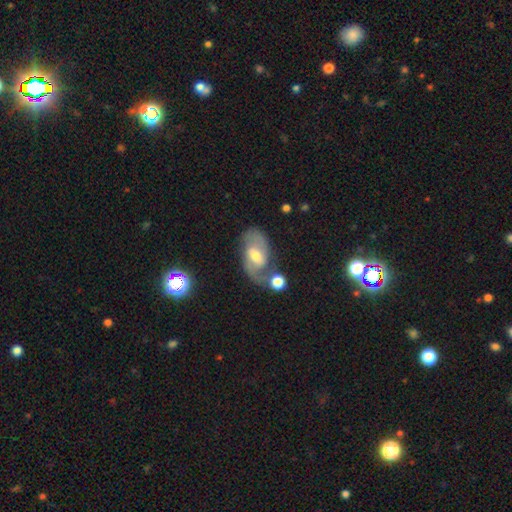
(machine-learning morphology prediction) This appears to be a featured or disk galaxy (72%) with a weak bar (54%), 2 (80%) medium (50%) spiral arms (87%) and a moderate central bulge (61%). Merging: none (58%).